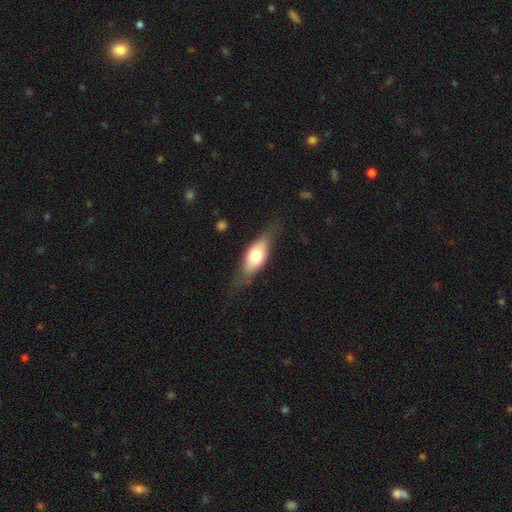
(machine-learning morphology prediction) Smooth or featured? smooth (60%)
How rounded? in between (72%)
Merging? none (70%)